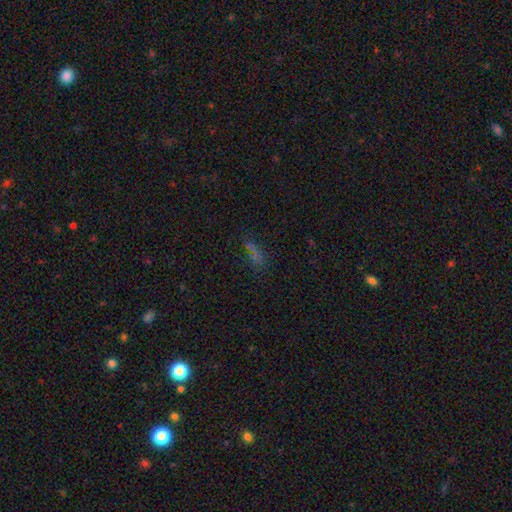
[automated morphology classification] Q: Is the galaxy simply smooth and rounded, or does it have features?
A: smooth — 50%.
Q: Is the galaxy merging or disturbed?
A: none — 54%.